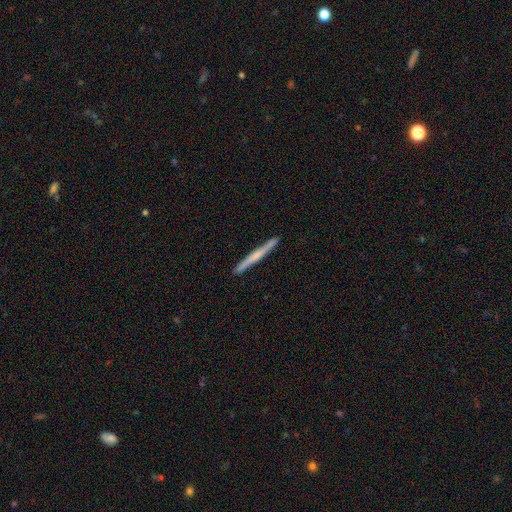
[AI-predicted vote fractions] Overall: featured or disk (50%; smooth 44%). Edge-on disk: yes (98%). Merging: none (92%).